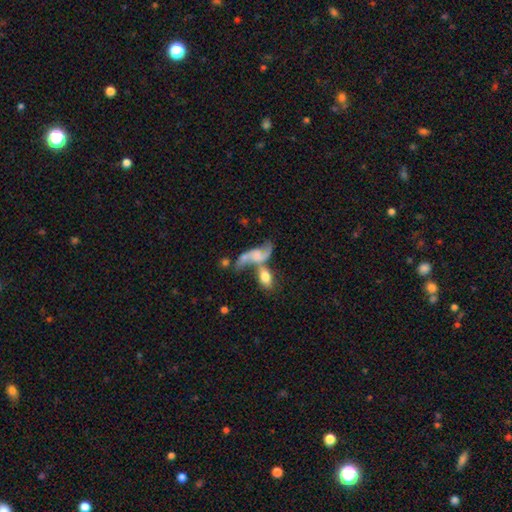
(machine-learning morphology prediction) featured or disk 67%, smooth 25%, star or artifact 8%. Down the decision tree: edge-on disk — no (90%); bar — no (63%); spiral arms — yes (83%); spiral arm count — 2 (85%); spiral winding — loose (82%); bulge size — none (35%); merging — merger (49%).